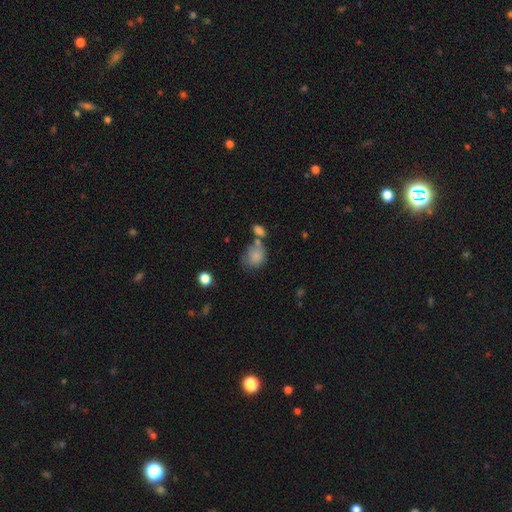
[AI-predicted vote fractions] Morphology: type=smooth (79%); roundness=round (56%); merging=none (35%).